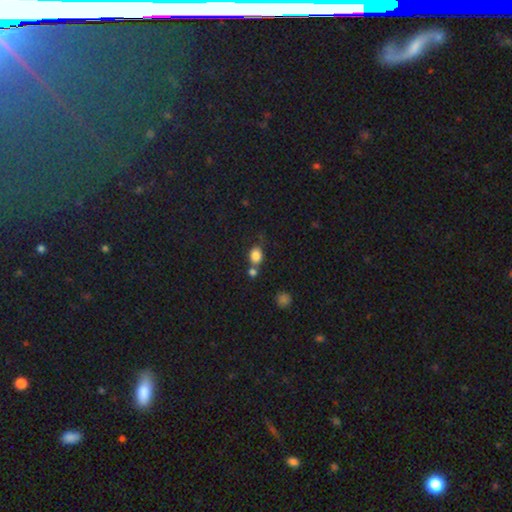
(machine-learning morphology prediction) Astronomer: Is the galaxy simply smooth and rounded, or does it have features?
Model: smooth — 83%.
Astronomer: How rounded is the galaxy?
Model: in between — 53% (runner-up: round, 46%).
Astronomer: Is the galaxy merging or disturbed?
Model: none — 57%.